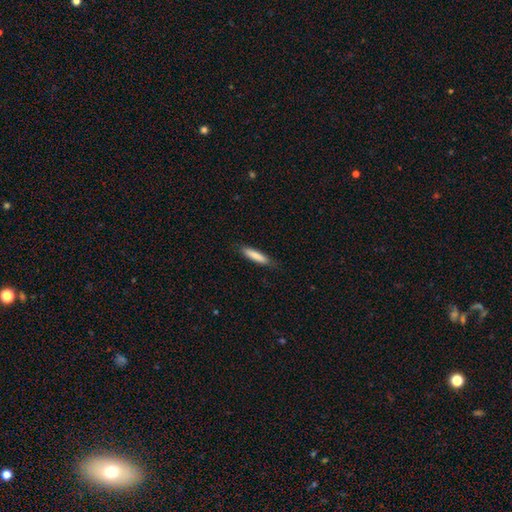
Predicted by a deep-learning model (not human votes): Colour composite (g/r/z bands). It shows a smooth galaxy with no disk features (84%) that is cigar-shaped (82%). Merging: none (84%).